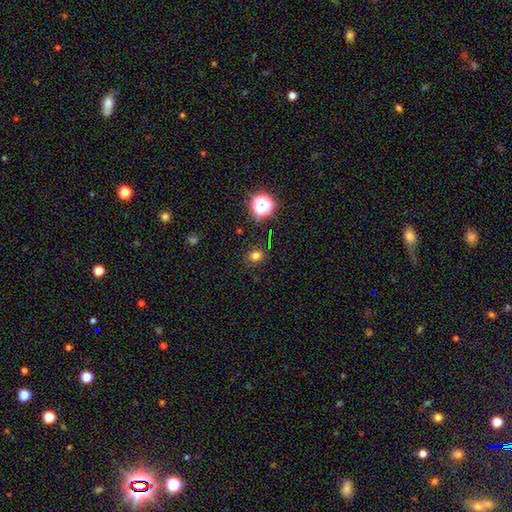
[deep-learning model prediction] Q: Smooth or featured?
A: smooth (74%); runner-up: star or artifact (20%)
Q: How rounded?
A: round (60%); runner-up: in between (39%)
Q: Merging?
A: none (86%); runner-up: minor disturbance (10%)